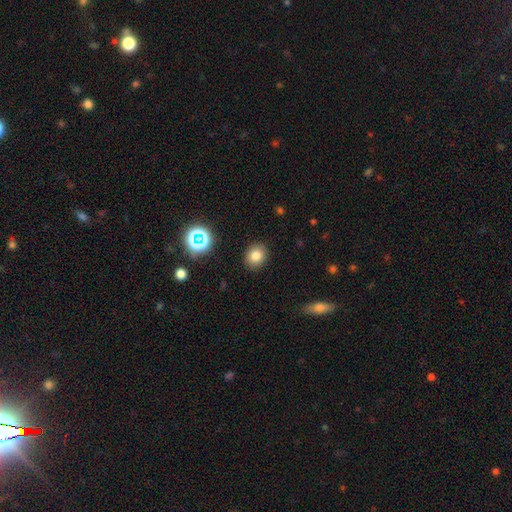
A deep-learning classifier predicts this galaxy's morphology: Q: Smooth or featured?
A: smooth (79%); runner-up: star or artifact (14%)
Q: How rounded?
A: round (73%); runner-up: in between (26%)
Q: Merging?
A: none (89%); runner-up: minor disturbance (7%)